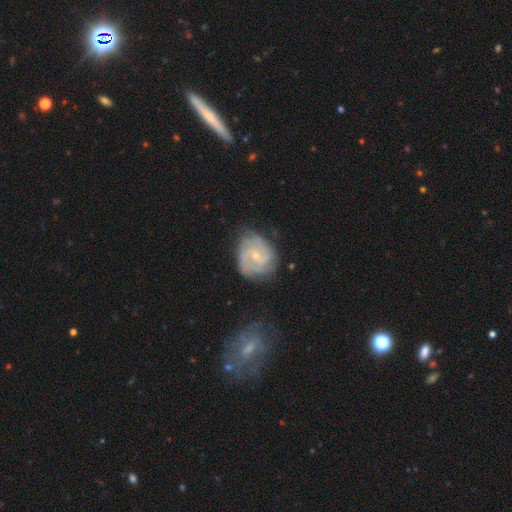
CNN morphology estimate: The model was most divided on "bar": no: 47%, weak: 45%, strong: 8%. Remaining: edge-on disk — no (98%); spiral arms — yes (96%); smooth or featured — featured or disk (84%); bulge size — small (72%); merging — none (67%); spiral winding — tight (51%); spiral arm count — 2 (43%).